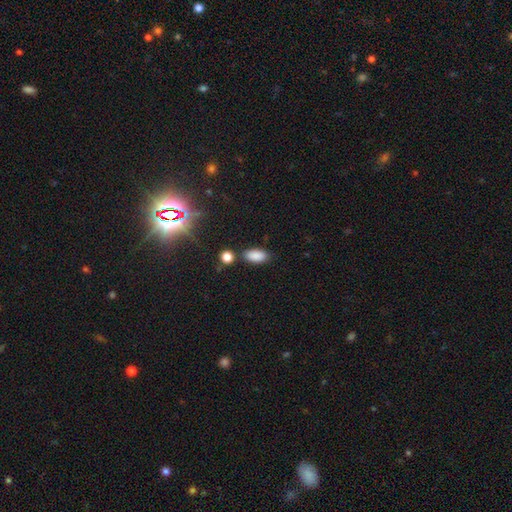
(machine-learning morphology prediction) Smooth or featured?
  - smooth: 85% *
  - star or artifact: 10%
  - featured or disk: 5%
How rounded?
  - in between: 89% *
  - cigar-shaped: 6%
  - round: 4%
Merging?
  - none: 78% *
  - minor disturbance: 13%
  - merger: 6%
  - major disturbance: 3%